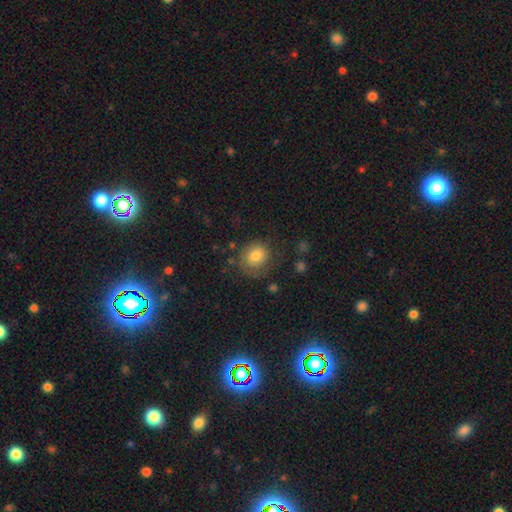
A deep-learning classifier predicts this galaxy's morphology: smooth-or-featured: smooth: 78% | featured or disk: 13% | star or artifact: 9%
  how-rounded: round: 77% | in between: 22% | cigar-shaped: 1%
  merging: none: 66% | minor disturbance: 20% | major disturbance: 11% | merger: 3%